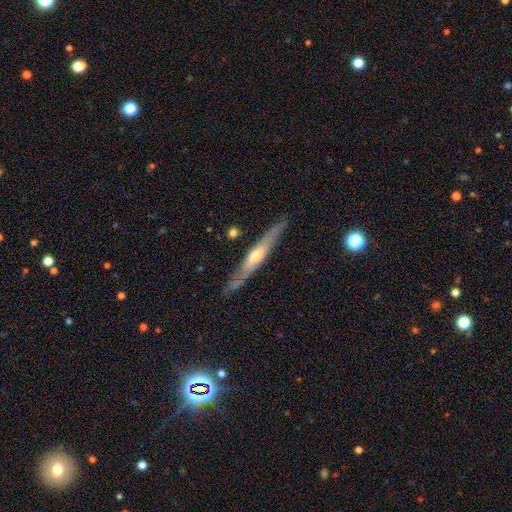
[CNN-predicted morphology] Smooth or featured: featured or disk — 64% (smooth — 31%)
Edge-on disk: yes — 84% (no — 16%)
Edge-on bulge: rounded — 68% (none — 26%)
Merging: none — 82% (minor disturbance — 14%)